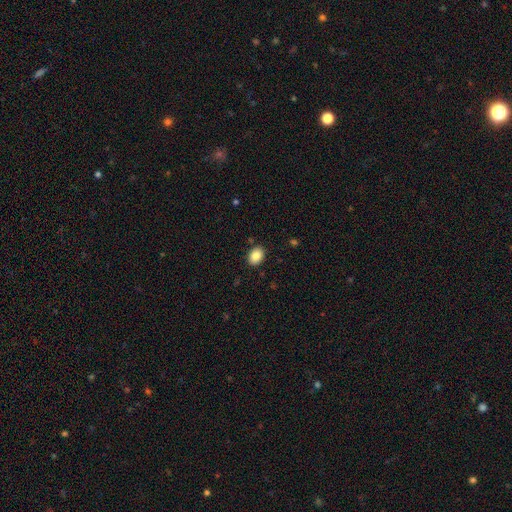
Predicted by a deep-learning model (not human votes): A smooth galaxy with no disk features (86%) that is in between round and cigar-shaped (75%).

Vote fractions:
- Smooth or featured? smooth: 86% / star or artifact: 8% / featured or disk: 6%
- How rounded? in between: 75% / round: 24% / cigar-shaped: 1%
- Merging? none: 88% / minor disturbance: 8% / major disturbance: 2% / merger: 1%